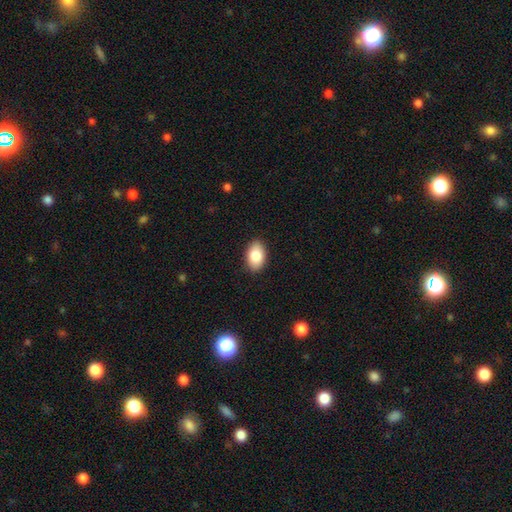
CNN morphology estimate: A smooth galaxy with no disk features (83%) that is in between round and cigar-shaped (90%).

Vote fractions:
- Smooth or featured? smooth: 83% / featured or disk: 10% / star or artifact: 7%
- How rounded? in between: 90% / round: 8% / cigar-shaped: 1%
- Merging? none: 89% / minor disturbance: 8% / major disturbance: 2% / merger: 1%